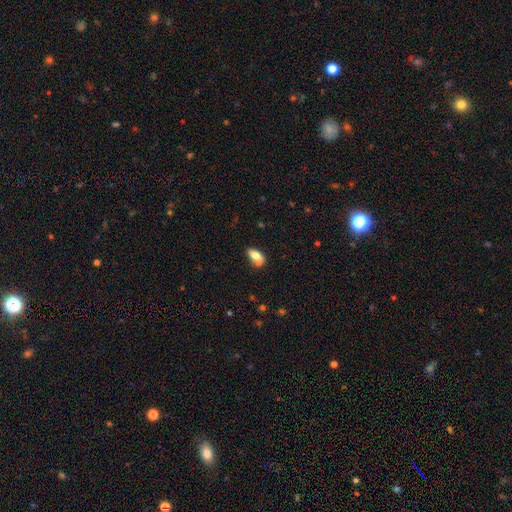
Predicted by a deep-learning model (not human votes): Smooth or featured? smooth (74%)
How rounded? in between (88%)
Merging? none (49%)